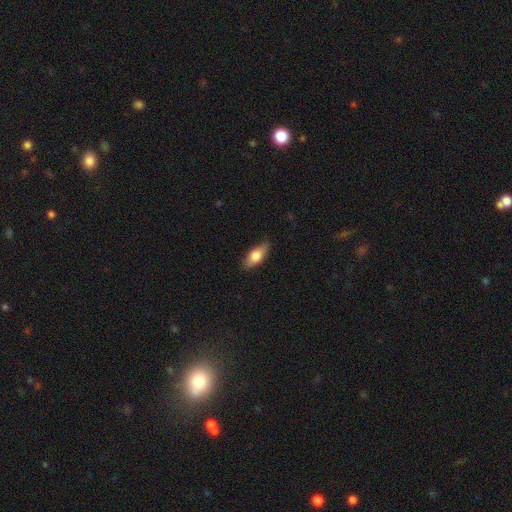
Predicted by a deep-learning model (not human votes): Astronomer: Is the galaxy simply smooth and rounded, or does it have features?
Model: smooth — 72%.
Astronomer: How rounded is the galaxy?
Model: in between — 82%.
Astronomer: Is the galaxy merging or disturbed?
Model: none — 85%.